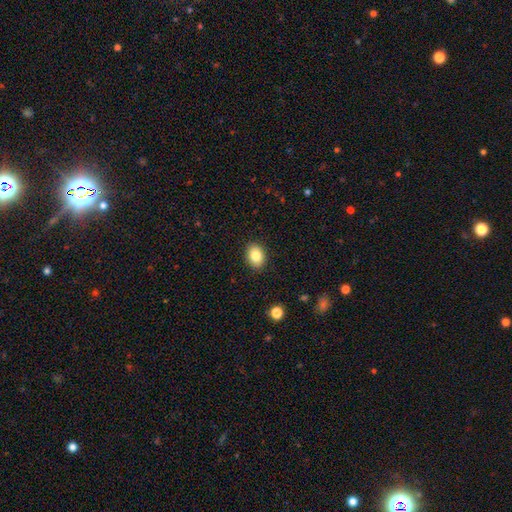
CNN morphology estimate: Smooth or featured?
  - smooth: 83% *
  - star or artifact: 9%
  - featured or disk: 8%
How rounded?
  - in between: 73% *
  - round: 26%
  - cigar-shaped: 1%
Merging?
  - none: 89% *
  - minor disturbance: 8%
  - major disturbance: 2%
  - merger: 1%